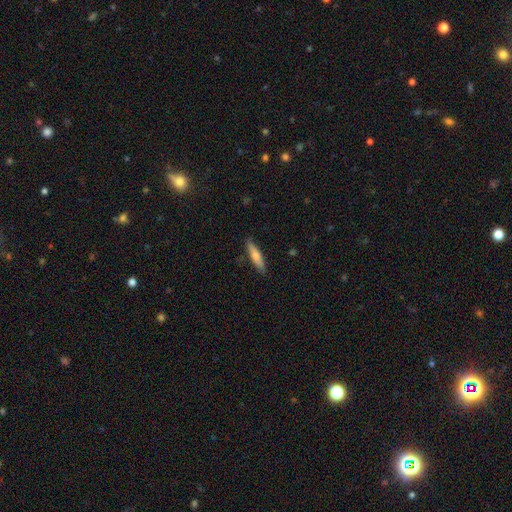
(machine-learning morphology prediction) smooth_or_featured: smooth (p=0.67) [alt: featured or disk p=0.27]
how_rounded: cigar-shaped (p=0.82) [alt: in between p=0.17]
merging: none (p=0.87) [alt: minor disturbance p=0.10]